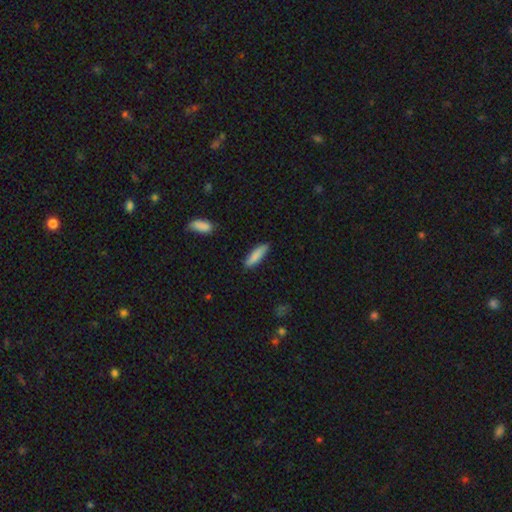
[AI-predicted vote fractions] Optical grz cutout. It shows a smooth galaxy with no disk features (84%) that is cigar-shaped (63%). Merging: none (85%).